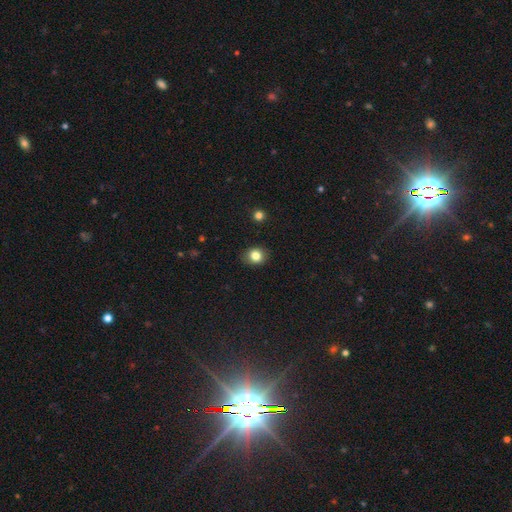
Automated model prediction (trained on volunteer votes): smooth_or_featured: smooth (p=0.82) [alt: star or artifact p=0.11]
how_rounded: round (p=0.66) [alt: in between p=0.33]
merging: none (p=0.88) [alt: minor disturbance p=0.09]